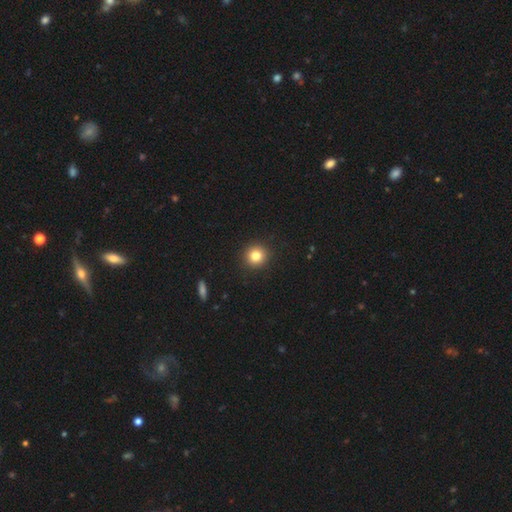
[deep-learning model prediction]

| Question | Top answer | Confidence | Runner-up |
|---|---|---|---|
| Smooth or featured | smooth | 82% | star or artifact (11%) |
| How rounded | round | 92% | in between (7%) |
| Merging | none | 93% | minor disturbance (5%) |